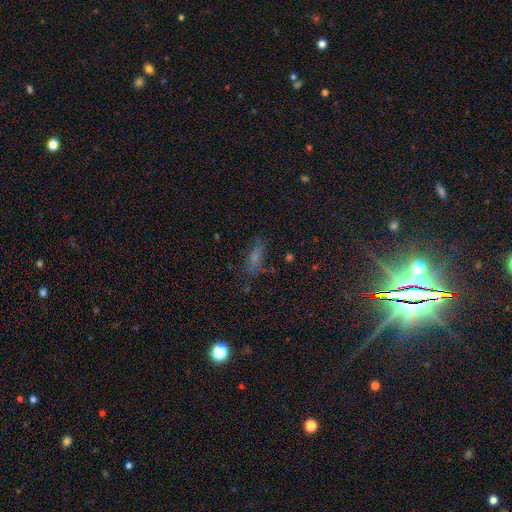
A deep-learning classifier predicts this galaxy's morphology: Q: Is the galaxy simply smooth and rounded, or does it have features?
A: smooth — 43%.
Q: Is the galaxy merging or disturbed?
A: none — 67%.